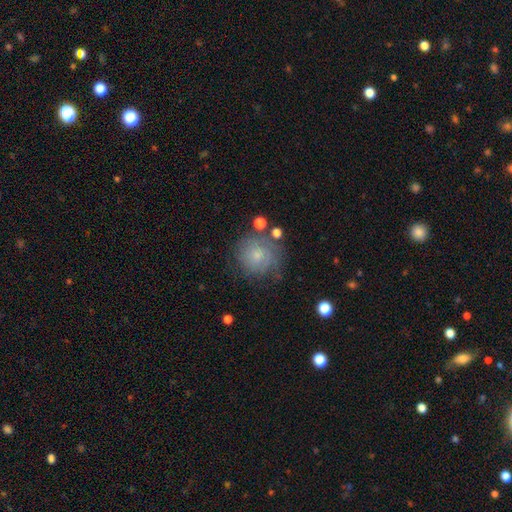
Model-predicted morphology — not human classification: This is possibly a smooth galaxy (56%). How rounded: clearly round (91%). Merging: likely none (65%).